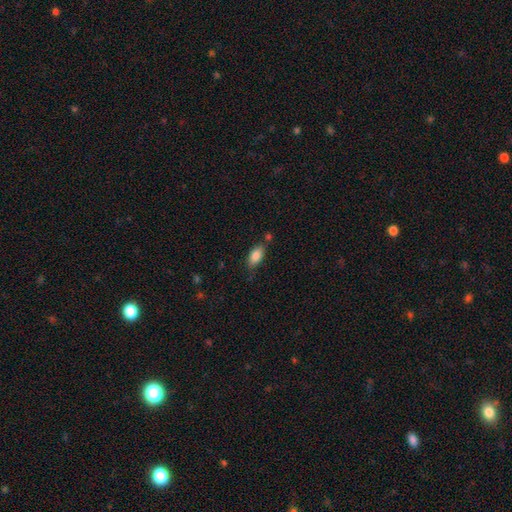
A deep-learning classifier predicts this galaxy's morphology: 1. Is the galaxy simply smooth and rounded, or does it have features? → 84% smooth, 9% featured or disk, 7% star or artifact.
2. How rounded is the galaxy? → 89% in between, 7% cigar-shaped, 3% round.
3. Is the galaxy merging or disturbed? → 70% none, 18% minor disturbance, 8% merger, 4% major disturbance.